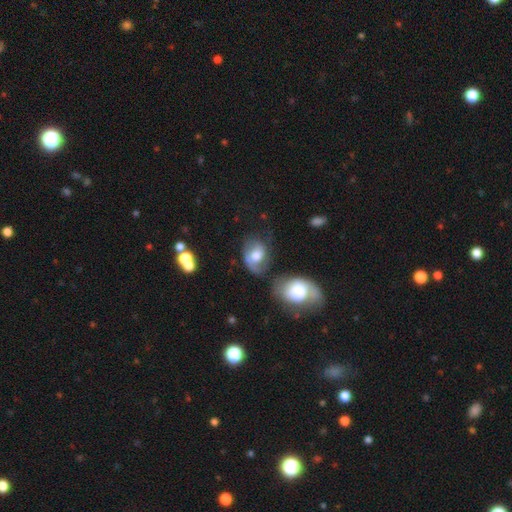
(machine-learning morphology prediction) Overall: smooth (46%; featured or disk 45%). Merging: none (47%; minor disturbance 26%).